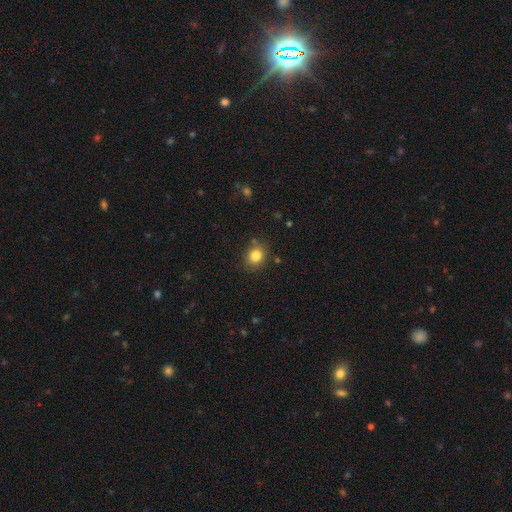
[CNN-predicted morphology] Smooth or featured: smooth — 83% (star or artifact — 11%)
How rounded: round — 69% (in between — 30%)
Merging: none — 82% (minor disturbance — 11%)